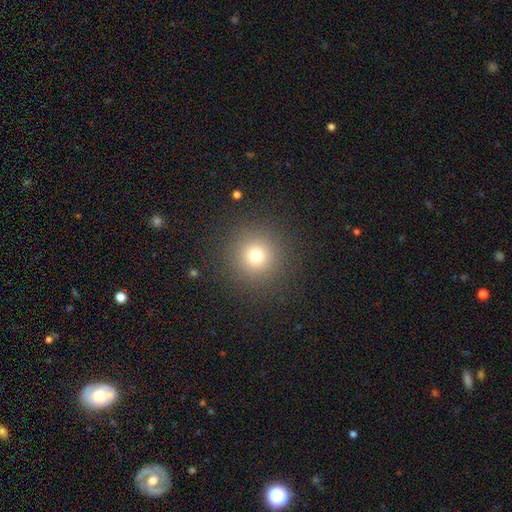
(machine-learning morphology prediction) Smooth or featured?
  - smooth: 73% *
  - star or artifact: 18%
  - featured or disk: 9%
How rounded?
  - round: 95% *
  - in between: 4%
  - cigar-shaped: 1%
Merging?
  - none: 90% *
  - minor disturbance: 6%
  - major disturbance: 3%
  - merger: 1%